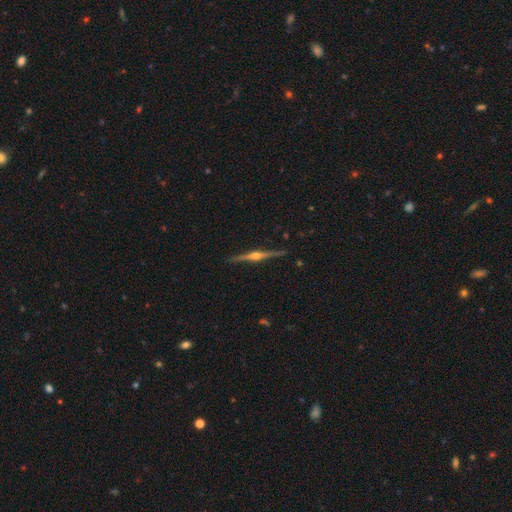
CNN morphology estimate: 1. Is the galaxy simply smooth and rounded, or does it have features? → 86% featured or disk, 9% smooth, 5% star or artifact.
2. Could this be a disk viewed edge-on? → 99% yes, 1% no.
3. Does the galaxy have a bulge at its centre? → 94% rounded, 3% boxy, 2% none.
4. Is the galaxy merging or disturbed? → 91% none, 6% minor disturbance, 1% major disturbance, 1% merger.